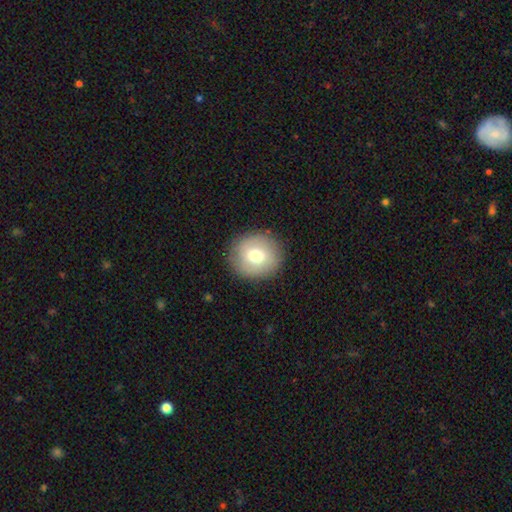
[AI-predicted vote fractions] A smooth galaxy with no disk features (71%) that is round (85%). Merging: none (87%).